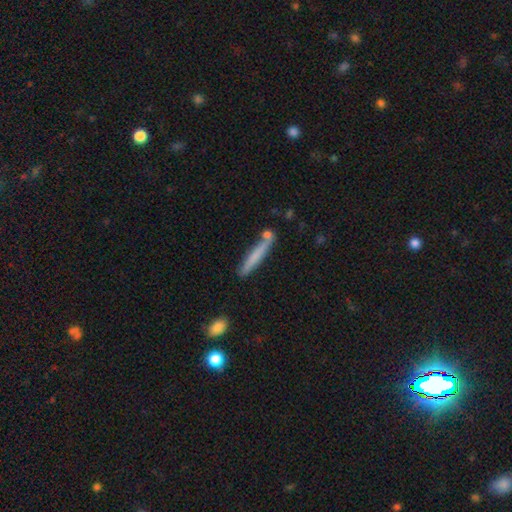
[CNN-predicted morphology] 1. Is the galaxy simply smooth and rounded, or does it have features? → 69% smooth, 25% featured or disk, 6% star or artifact.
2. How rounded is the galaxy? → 94% cigar-shaped, 5% in between, 1% round.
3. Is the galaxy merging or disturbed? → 75% none, 13% minor disturbance, 9% merger, 3% major disturbance.